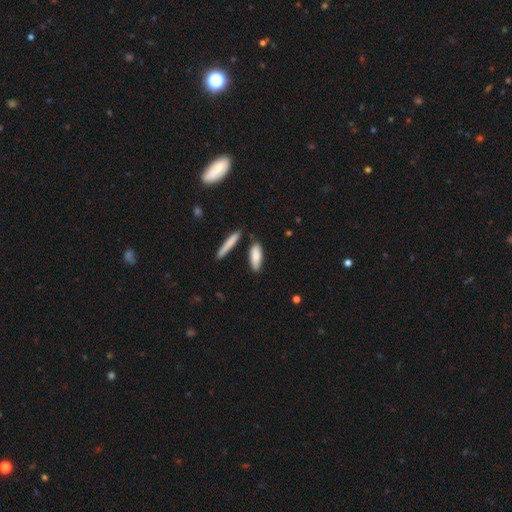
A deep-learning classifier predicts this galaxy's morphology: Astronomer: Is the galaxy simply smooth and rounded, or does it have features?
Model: smooth — 83%.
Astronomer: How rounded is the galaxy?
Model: in between — 55% (runner-up: cigar-shaped, 42%).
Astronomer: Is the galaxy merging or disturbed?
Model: none — 77%.